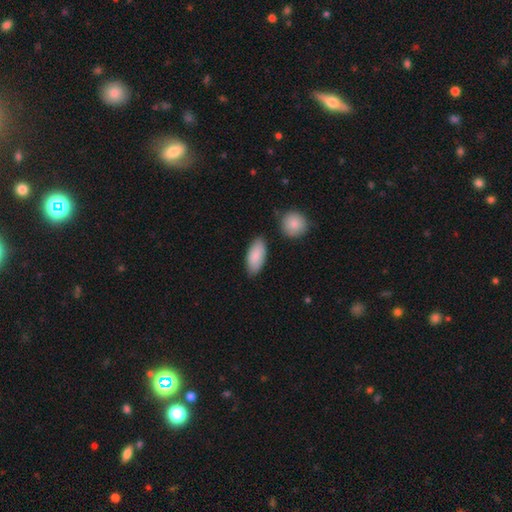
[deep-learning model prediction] This is clearly a smooth galaxy (87%). How rounded: clearly in between (89%). Merging: likely none (79%).